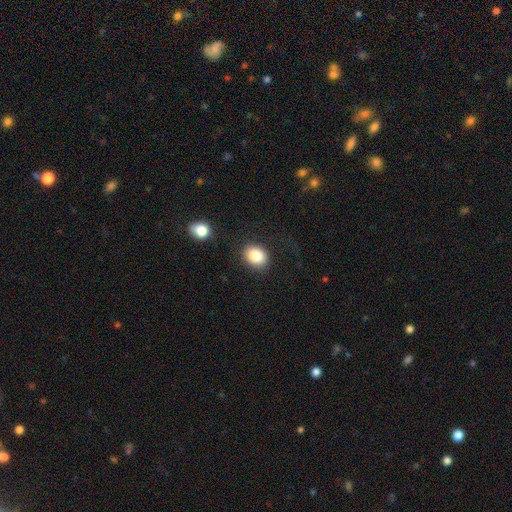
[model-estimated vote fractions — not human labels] smooth_or_featured: smooth (p=0.86) [alt: star or artifact p=0.09]
how_rounded: in between (p=0.50) [alt: round p=0.49]
merging: none (p=0.82) [alt: minor disturbance p=0.11]